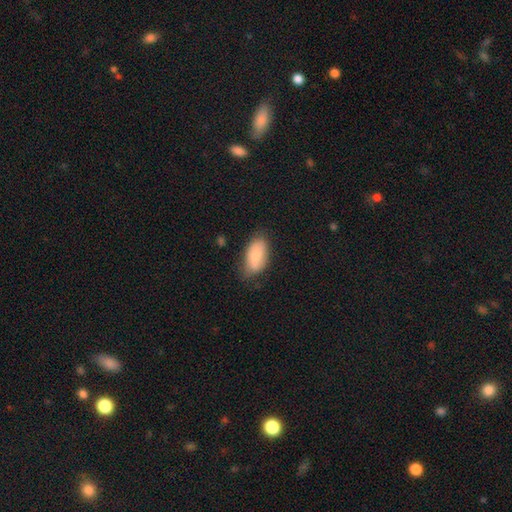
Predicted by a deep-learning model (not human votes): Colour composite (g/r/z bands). It shows a smooth galaxy with no disk features (77%) that is in between round and cigar-shaped (93%). Merging: none (64%).